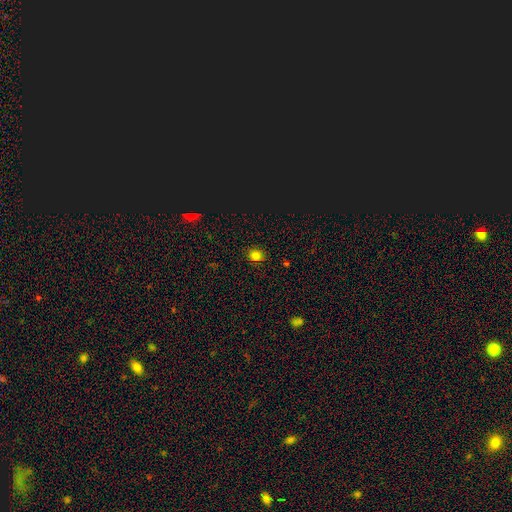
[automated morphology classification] A smooth galaxy with no disk features (78%) that is round (76%). Merging: none (89%).